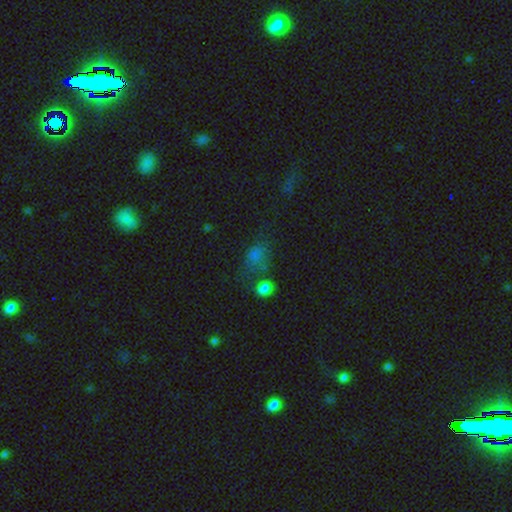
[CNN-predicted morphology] Overall: smooth (58%; star or artifact 32%). How rounded: in between (60%; round 37%). Merging: none (53%; minor disturbance 21%).